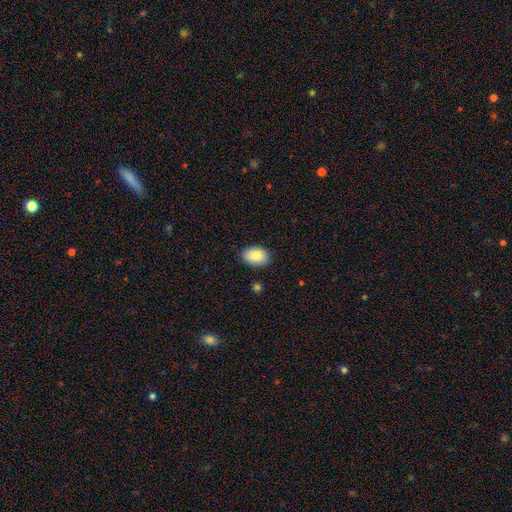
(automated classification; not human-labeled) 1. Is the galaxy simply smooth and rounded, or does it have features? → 84% smooth, 9% featured or disk, 7% star or artifact.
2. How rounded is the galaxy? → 86% in between, 13% round, 1% cigar-shaped.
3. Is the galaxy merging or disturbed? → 85% none, 11% minor disturbance, 2% major disturbance, 1% merger.